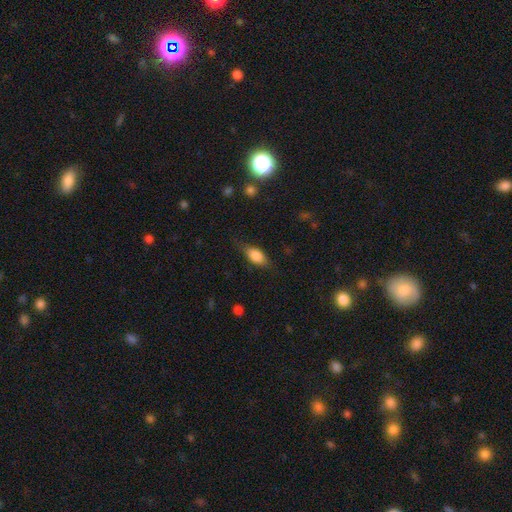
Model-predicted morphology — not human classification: This appears to be a smooth galaxy with no disk features (78%) that is in between round and cigar-shaped (83%). Merging: none (71%).